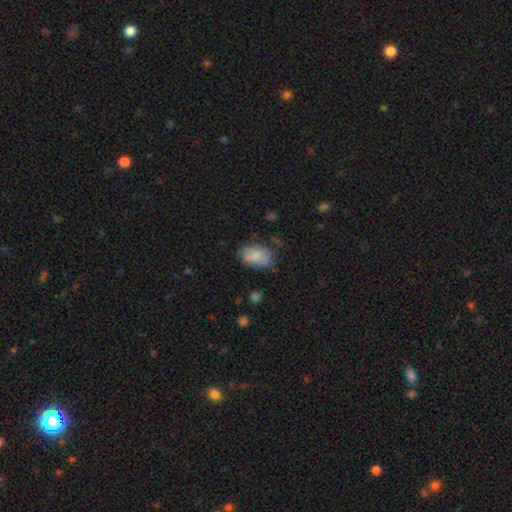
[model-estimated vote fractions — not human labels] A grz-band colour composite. It shows a smooth galaxy with no disk features (84%) that is in between round and cigar-shaped (89%). Merging: none (65%).